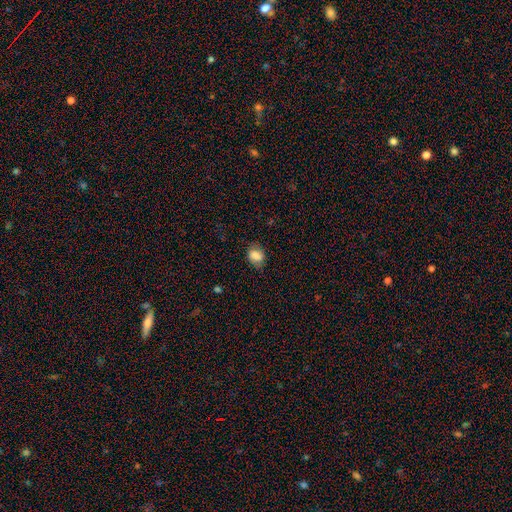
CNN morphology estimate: This appears to be a smooth galaxy with no disk features (76%) that is in between round and cigar-shaped (70%). Merging: none (72%).